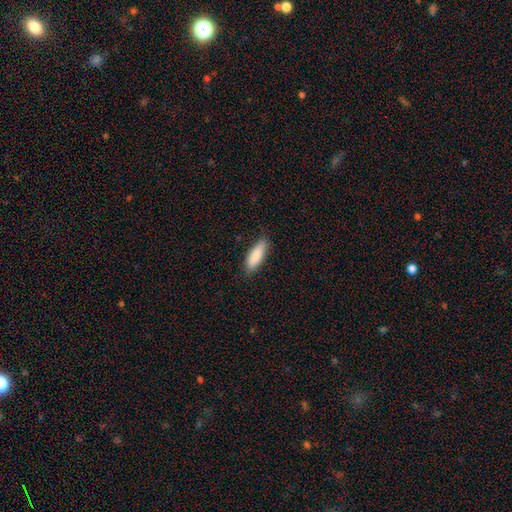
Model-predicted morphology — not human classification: smooth 87%, featured or disk 7%, star or artifact 6%. Down the decision tree: how rounded — in between (59%); merging — none (83%).